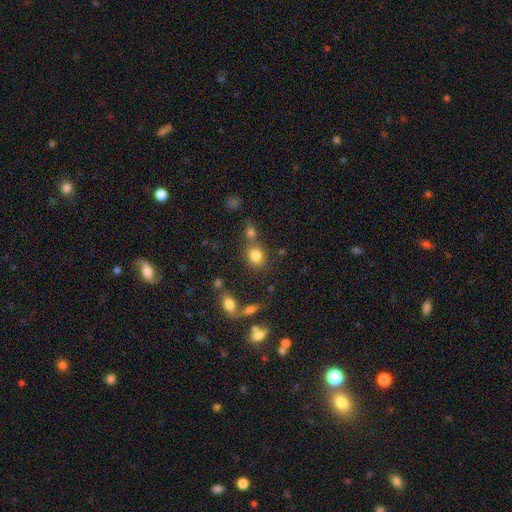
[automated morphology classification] Q: Smooth or featured?
A: smooth (80%); runner-up: star or artifact (12%)
Q: How rounded?
A: round (64%); runner-up: in between (34%)
Q: Merging?
A: none (59%); runner-up: merger (25%)